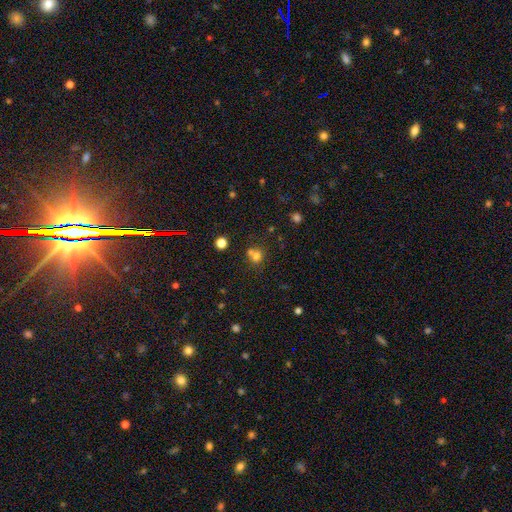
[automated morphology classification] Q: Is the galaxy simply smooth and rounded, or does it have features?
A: smooth — 70%.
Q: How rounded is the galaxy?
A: round — 80%.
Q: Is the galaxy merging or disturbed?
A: none — 48%.